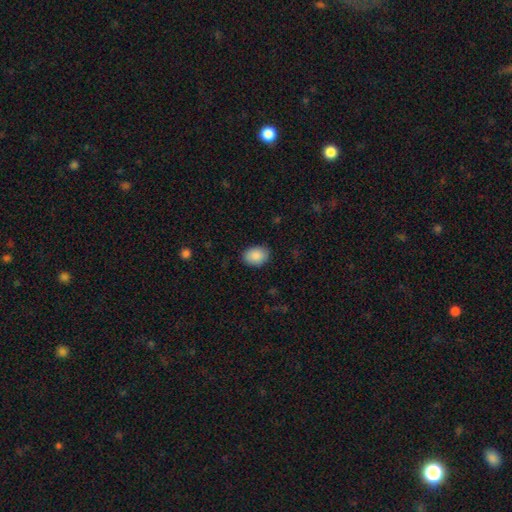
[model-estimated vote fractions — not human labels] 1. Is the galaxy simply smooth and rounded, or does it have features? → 89% smooth, 7% star or artifact, 4% featured or disk.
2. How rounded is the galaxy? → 68% in between, 31% round, 1% cigar-shaped.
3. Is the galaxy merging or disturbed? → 85% none, 11% minor disturbance, 3% major disturbance, 1% merger.